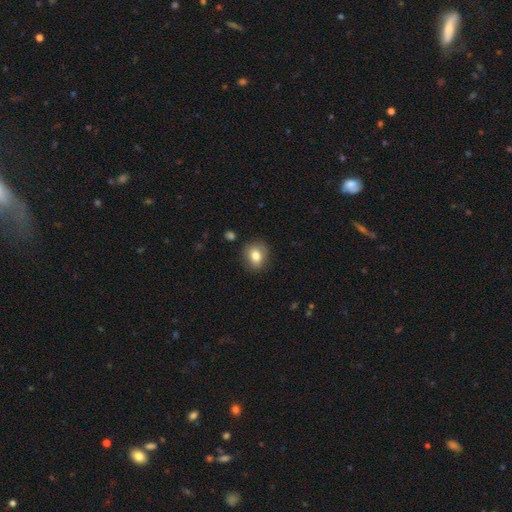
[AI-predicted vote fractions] smooth 80%, featured or disk 11%, star or artifact 9%. Down the decision tree: how rounded — round (65%); merging — none (85%).